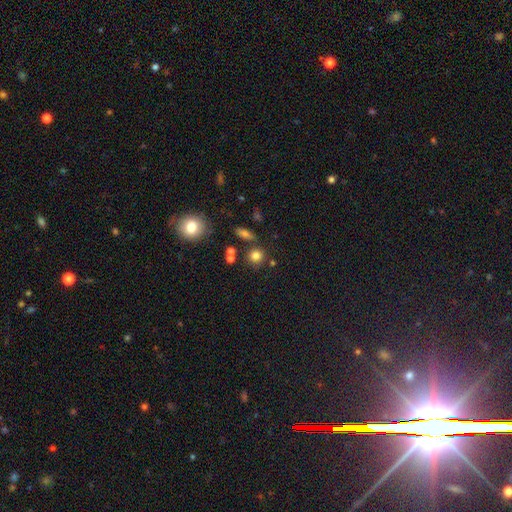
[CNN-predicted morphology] Overall: smooth (79%). How rounded: round (88%). Merging: none (76%).